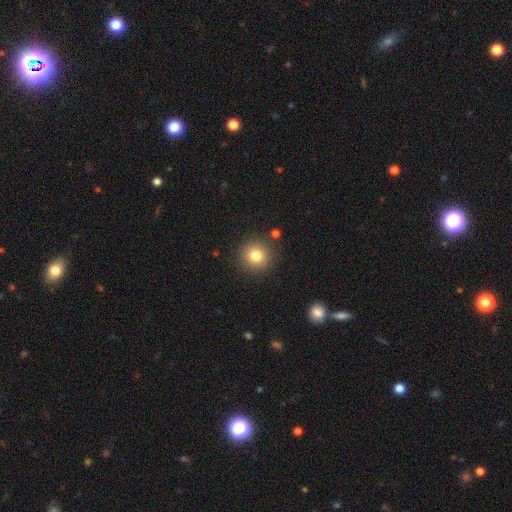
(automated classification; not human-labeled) Morphology: type=smooth (80%); roundness=round (93%); merging=none (88%).